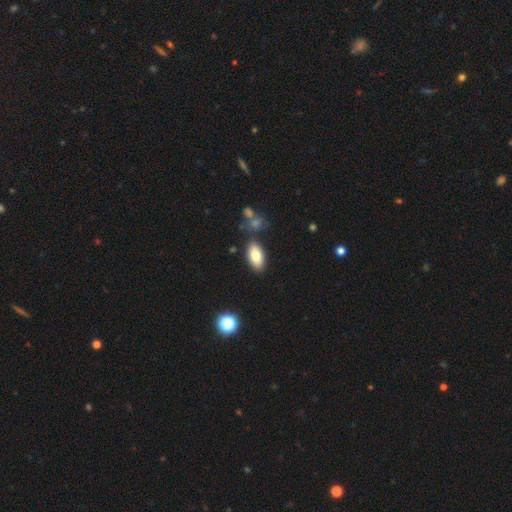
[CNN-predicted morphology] Q: Smooth or featured?
A: smooth (80%); runner-up: featured or disk (12%)
Q: How rounded?
A: in between (93%); runner-up: cigar-shaped (4%)
Q: Merging?
A: none (82%); runner-up: minor disturbance (11%)